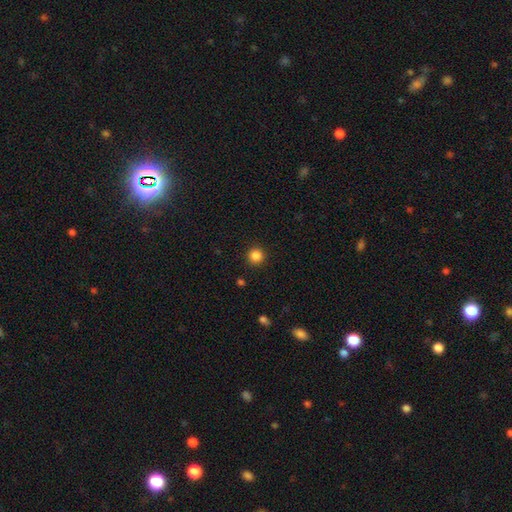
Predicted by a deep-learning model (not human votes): smooth-or-featured: smooth: 85% | star or artifact: 12% | featured or disk: 3%
  how-rounded: round: 95% | in between: 4% | cigar-shaped: 1%
  merging: none: 92% | minor disturbance: 5% | major disturbance: 2% | merger: 1%